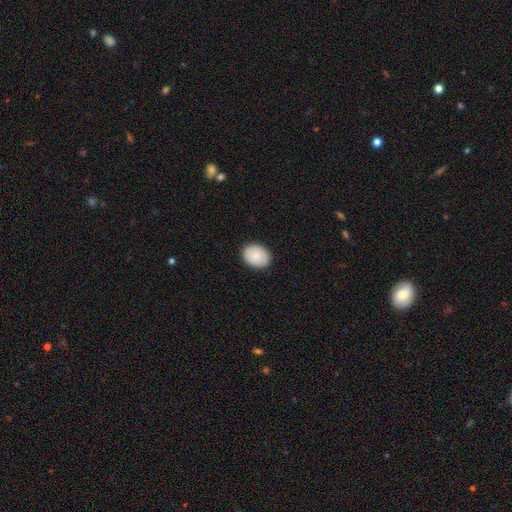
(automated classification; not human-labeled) Smooth or featured? Predicted: smooth (p=0.84). How rounded? Predicted: in between (p=0.63). Merging? Predicted: none (p=0.90).